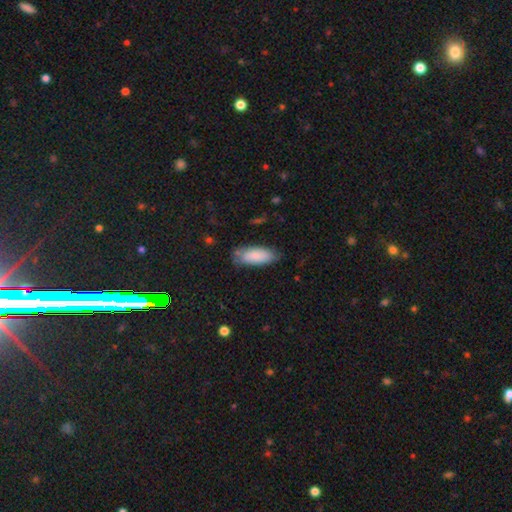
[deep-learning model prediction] The model was most divided on "merging": none: 69%, minor disturbance: 24%, major disturbance: 5%, merger: 3%. More confident: smooth or featured — smooth (84%); how rounded — in between (82%).